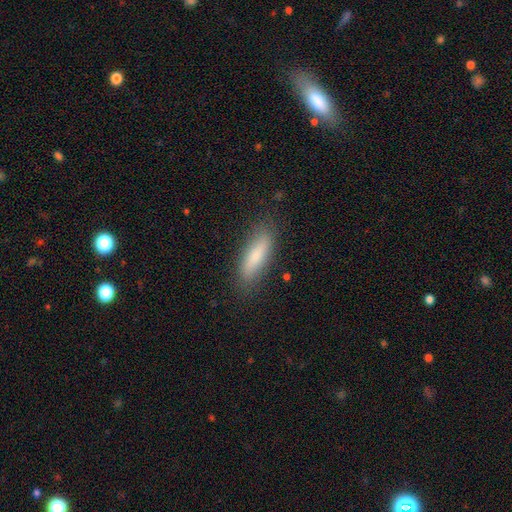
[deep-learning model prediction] smooth_or_featured: smooth (p=0.77) [alt: featured or disk p=0.16]
how_rounded: cigar-shaped (p=0.61) [alt: in between p=0.37]
merging: none (p=0.83) [alt: minor disturbance p=0.13]